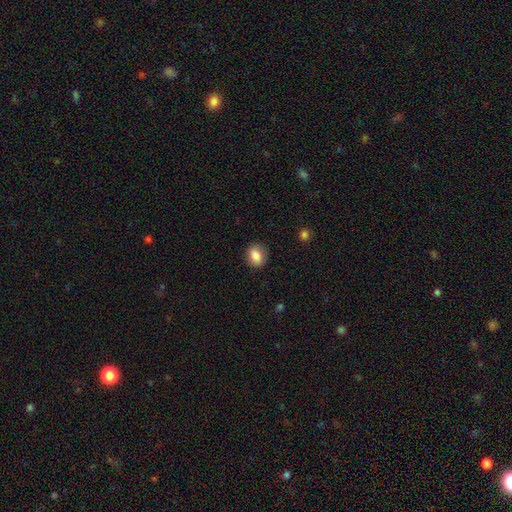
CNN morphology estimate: smooth_or_featured: smooth (p=0.85) [alt: star or artifact p=0.08]
how_rounded: in between (p=0.57) [alt: round p=0.42]
merging: none (p=0.85) [alt: minor disturbance p=0.11]